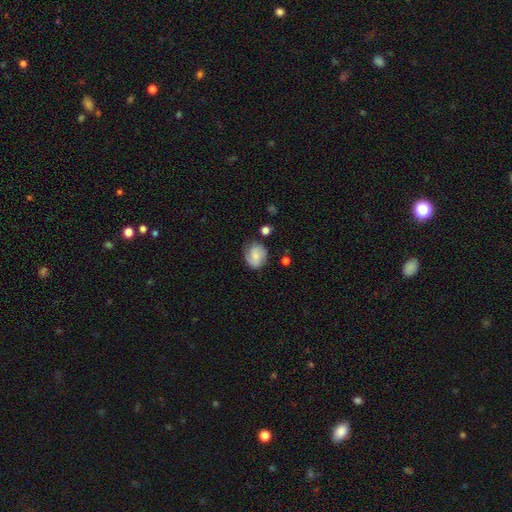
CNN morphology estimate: Smooth or featured?
  - smooth: 64% *
  - featured or disk: 27%
  - star or artifact: 9%
How rounded?
  - round: 61% *
  - in between: 38%
  - cigar-shaped: 1%
Merging?
  - none: 67% *
  - minor disturbance: 23%
  - major disturbance: 6%
  - merger: 3%